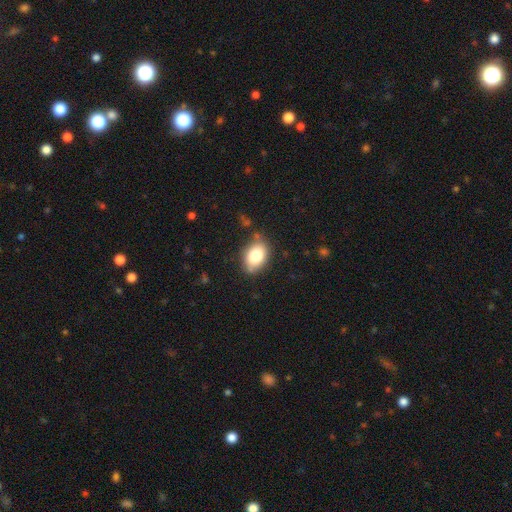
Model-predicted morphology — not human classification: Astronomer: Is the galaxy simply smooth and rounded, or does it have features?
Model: smooth — 81%.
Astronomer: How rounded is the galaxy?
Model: in between — 82%.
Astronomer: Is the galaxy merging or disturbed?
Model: none — 77%.